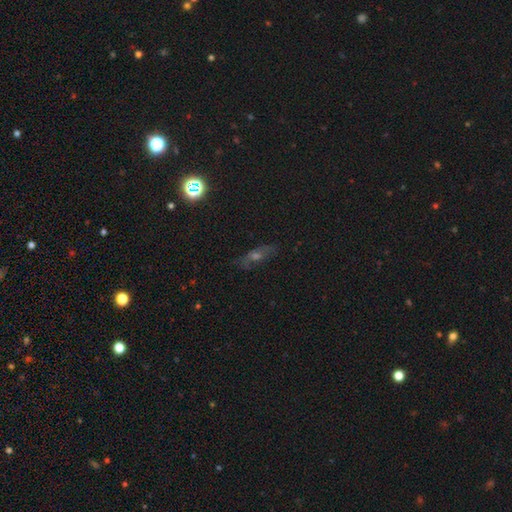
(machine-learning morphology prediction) This is marginally a featured or disk galaxy (40%). Merging: clearly none (80%).